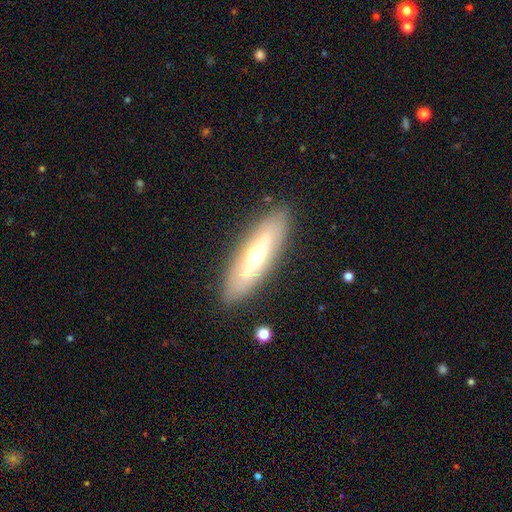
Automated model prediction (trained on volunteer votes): Overall: featured or disk (55%; smooth 39%). Edge-on disk: no (57%; yes 43%). Merging: none (86%).